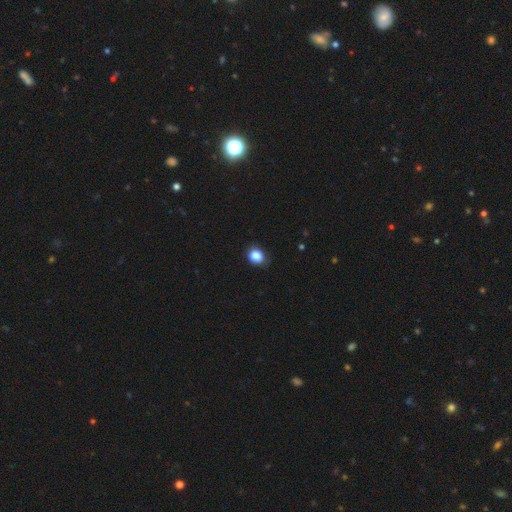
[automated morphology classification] Smooth or featured? smooth (86%)
How rounded? round (64%)
Merging? none (77%)